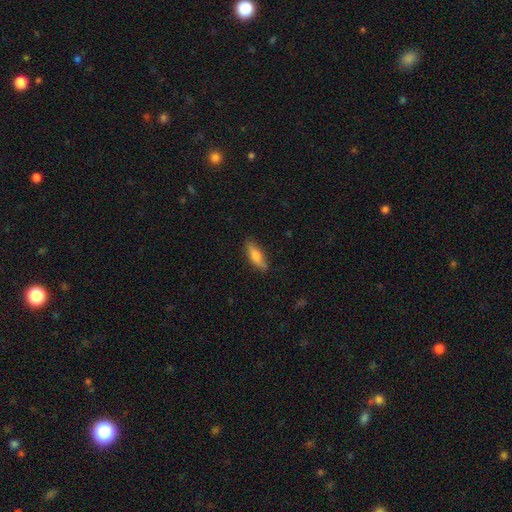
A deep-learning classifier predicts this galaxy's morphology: smooth-or-featured: smooth: 73% | featured or disk: 21% | star or artifact: 6%
  how-rounded: in between: 55% | cigar-shaped: 43% | round: 2%
  merging: none: 79% | minor disturbance: 16% | major disturbance: 3% | merger: 2%